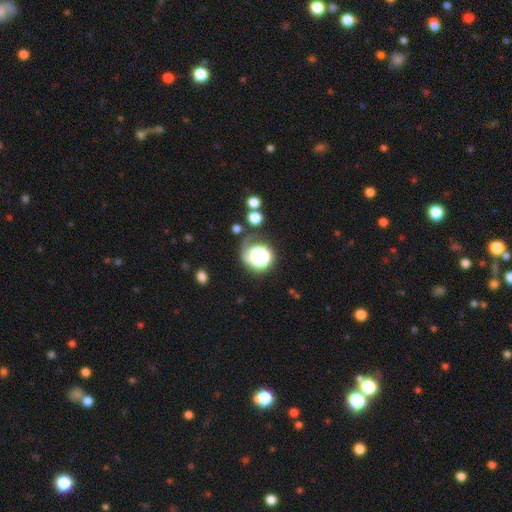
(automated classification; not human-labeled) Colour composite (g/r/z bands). It shows a smooth galaxy with no disk features (44%). Merging: none (47%).